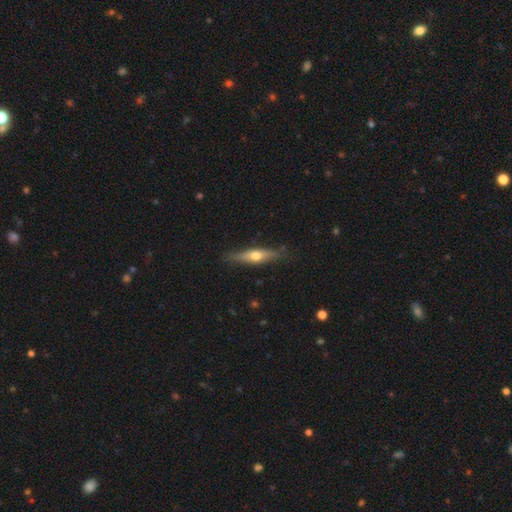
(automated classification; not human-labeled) Smooth or featured: featured or disk — 55% (smooth — 40%)
Edge-on disk: yes — 93% (no — 7%)
Edge-on bulge: rounded — 92% (none — 4%)
Merging: none — 85% (minor disturbance — 11%)